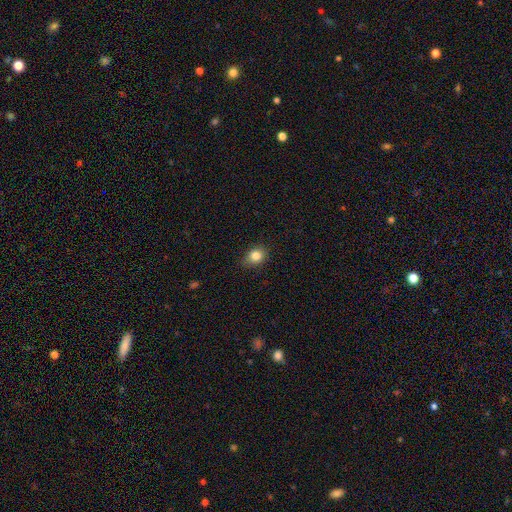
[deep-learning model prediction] Smooth or featured? Predicted: smooth (p=0.83). How rounded? Predicted: round (p=0.52). Merging? Predicted: none (p=0.82).